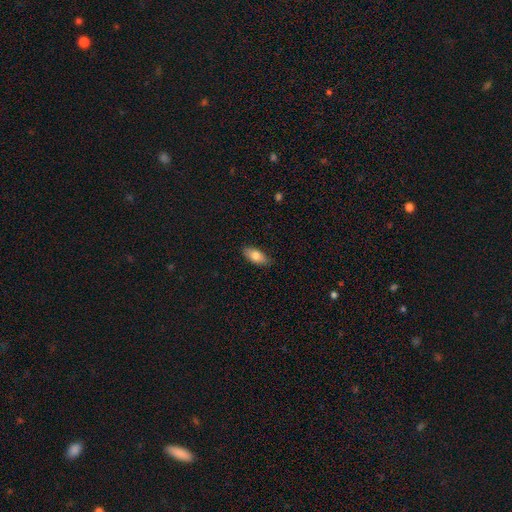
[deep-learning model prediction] Q: Smooth or featured?
A: smooth (78%); runner-up: featured or disk (15%)
Q: How rounded?
A: in between (88%); runner-up: cigar-shaped (9%)
Q: Merging?
A: none (86%); runner-up: minor disturbance (11%)